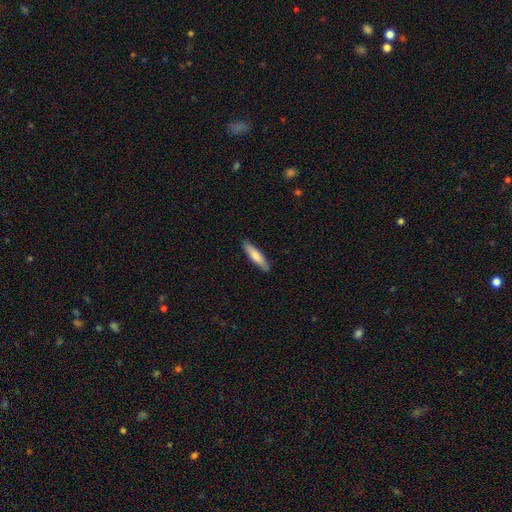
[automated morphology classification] A smooth galaxy with no disk features (75%) that is cigar-shaped (82%). Merging: none (88%).